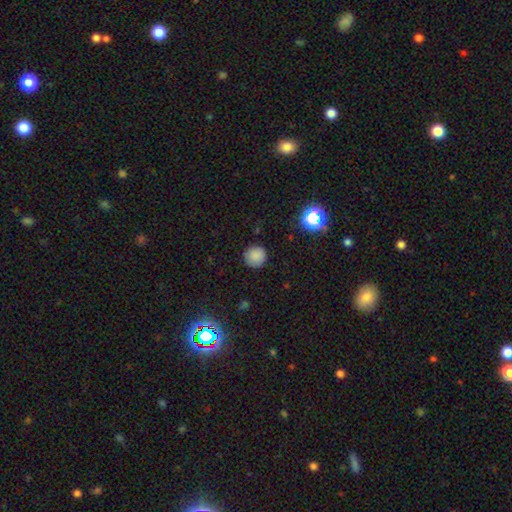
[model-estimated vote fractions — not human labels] The model was most divided on "smooth or featured": smooth: 84%, star or artifact: 12%, featured or disk: 4%. More confident: how rounded — round (95%); merging — none (88%).